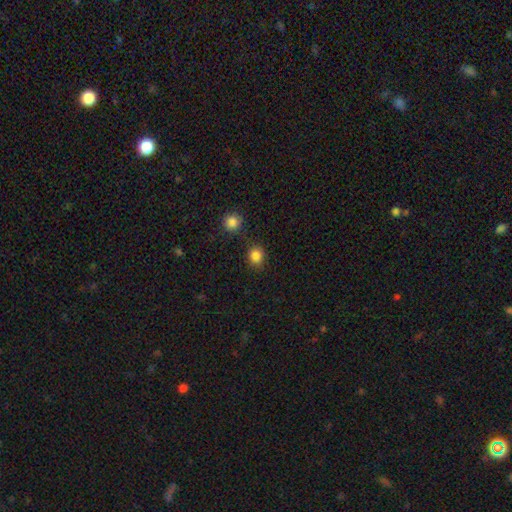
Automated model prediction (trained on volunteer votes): This is clearly a smooth galaxy (84%). How rounded: likely round (77%). Merging: clearly none (80%).